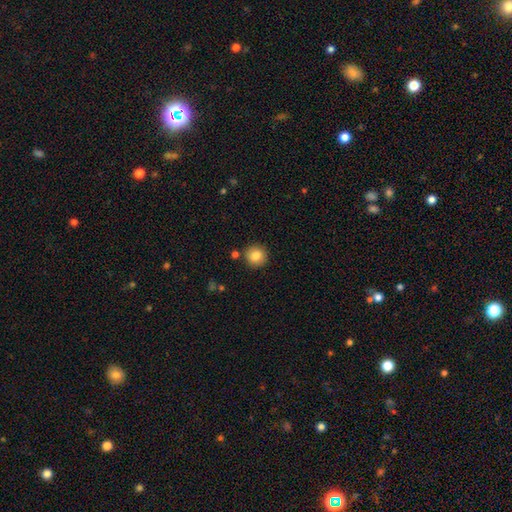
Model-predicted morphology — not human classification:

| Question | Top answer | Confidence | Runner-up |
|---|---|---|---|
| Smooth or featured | smooth | 84% | star or artifact (9%) |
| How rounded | round | 93% | in between (6%) |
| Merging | none | 87% | minor disturbance (7%) |